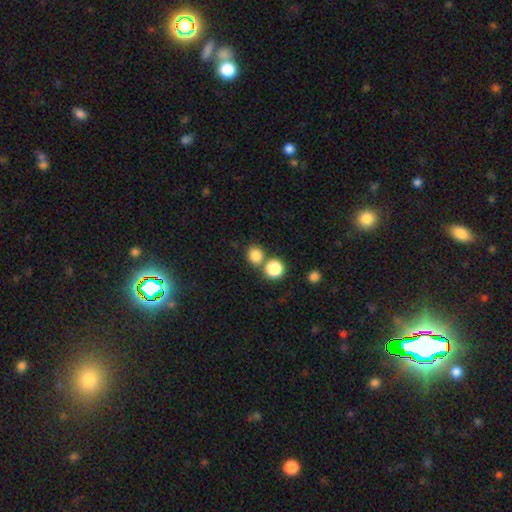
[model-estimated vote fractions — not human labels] This appears to be a smooth galaxy with no disk features (82%) that is round (84%). Merging: none (67%).